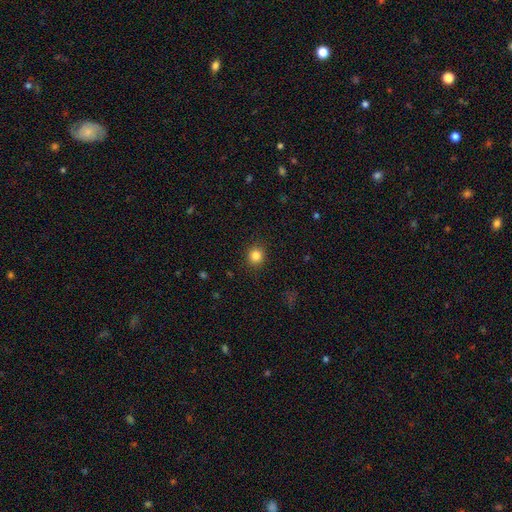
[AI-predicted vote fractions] smooth 84%, star or artifact 11%, featured or disk 5%. Down the decision tree: how rounded — round (86%); merging — none (90%).